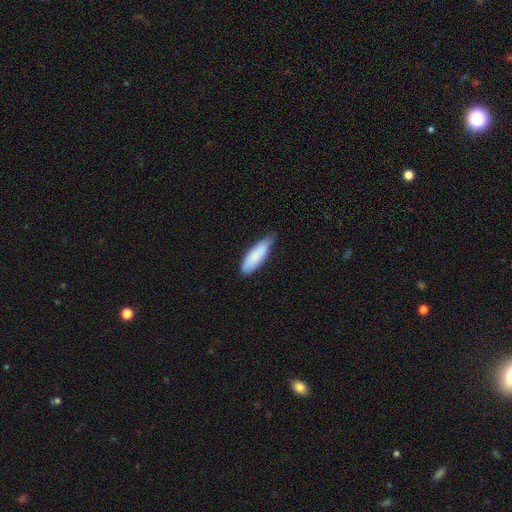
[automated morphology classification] Smooth or featured: smooth — 85% (featured or disk — 9%)
How rounded: in between — 54% (cigar-shaped — 44%)
Merging: none — 61% (minor disturbance — 34%)